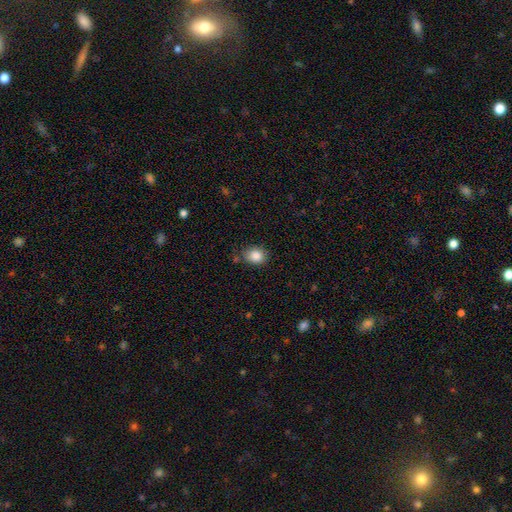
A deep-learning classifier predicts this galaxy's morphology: The model was most divided on "how rounded": in between: 50%, round: 49%, cigar-shaped: 1%. More confident: smooth or featured — smooth (86%); merging — none (78%).